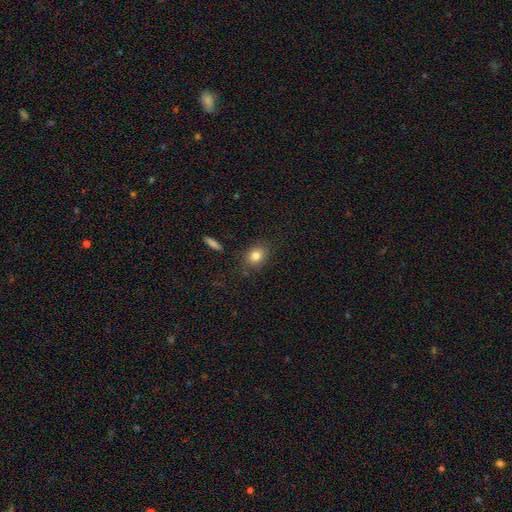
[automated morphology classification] smooth_or_featured: smooth (p=0.82) [alt: star or artifact p=0.10]
how_rounded: in between (p=0.50) [alt: round p=0.49]
merging: none (p=0.81) [alt: minor disturbance p=0.13]